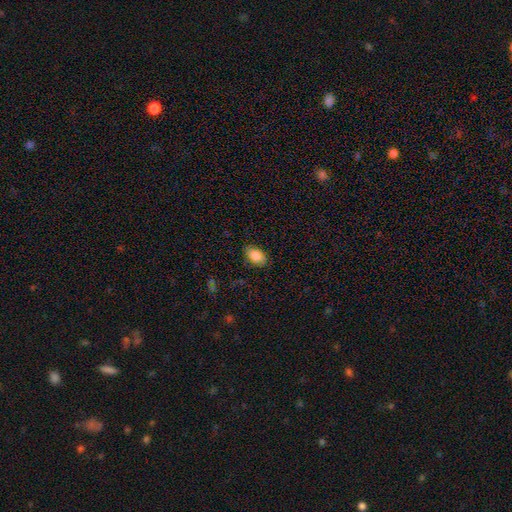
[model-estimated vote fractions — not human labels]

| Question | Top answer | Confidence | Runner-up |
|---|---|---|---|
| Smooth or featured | smooth | 87% | star or artifact (7%) |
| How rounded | in between | 89% | round (10%) |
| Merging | none | 82% | minor disturbance (14%) |